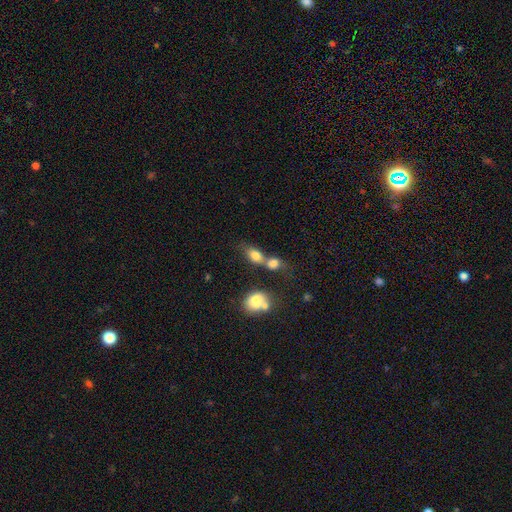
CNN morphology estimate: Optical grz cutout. It shows a smooth galaxy with no disk features (78%) that is in between round and cigar-shaped (72%). Merging: merger (54%).